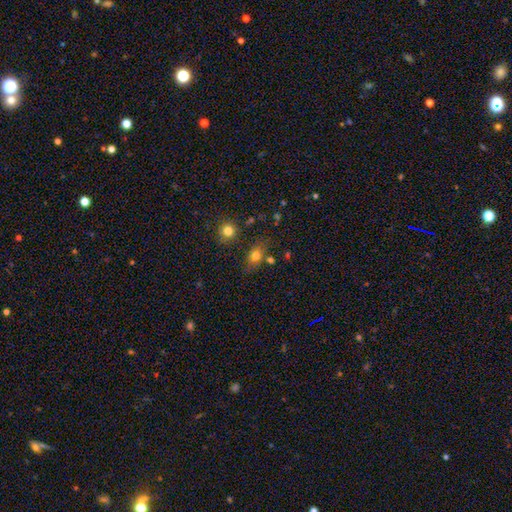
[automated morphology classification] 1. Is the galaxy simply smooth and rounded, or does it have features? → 73% smooth, 14% featured or disk, 12% star or artifact.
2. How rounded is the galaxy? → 67% in between, 28% round, 5% cigar-shaped.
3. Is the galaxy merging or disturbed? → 69% none, 17% minor disturbance, 9% merger, 5% major disturbance.